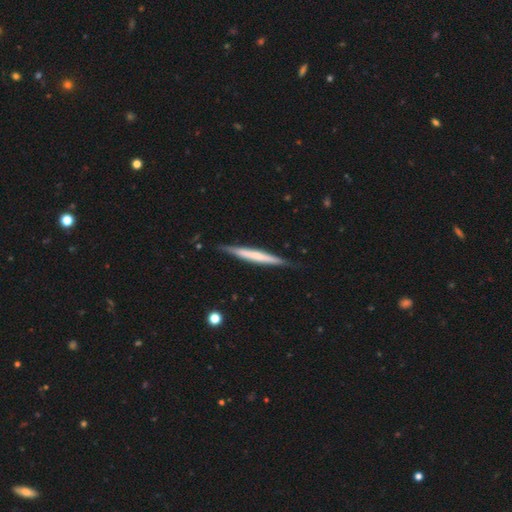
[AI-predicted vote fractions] Overall: featured or disk (51%; smooth 44%). Edge-on disk: yes (97%). Merging: none (86%).